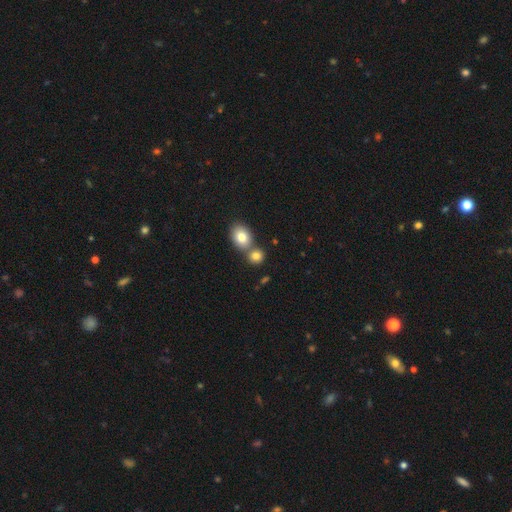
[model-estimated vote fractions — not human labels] Morphology: type=smooth (81%); roundness=round (65%); merging=none (48%).